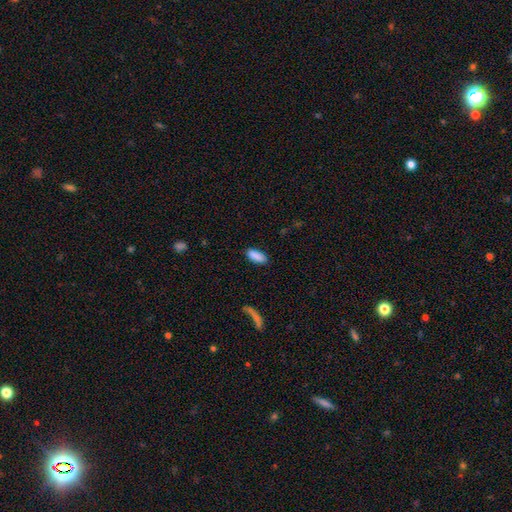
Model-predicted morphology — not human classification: Overall: smooth (89%). How rounded: in between (79%). Merging: none (86%).